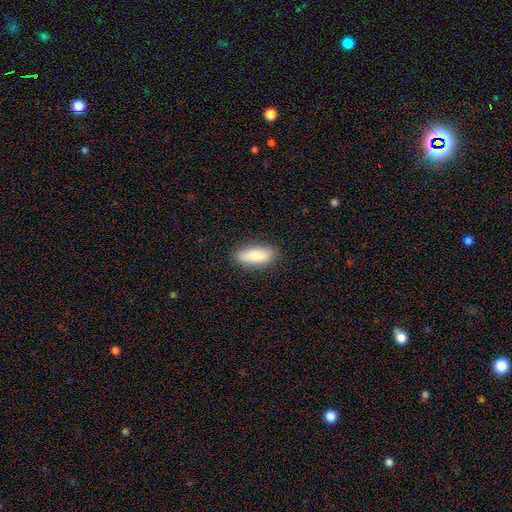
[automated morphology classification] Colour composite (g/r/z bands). It shows a smooth galaxy with no disk features (85%) that is in between round and cigar-shaped (66%). Merging: none (85%).